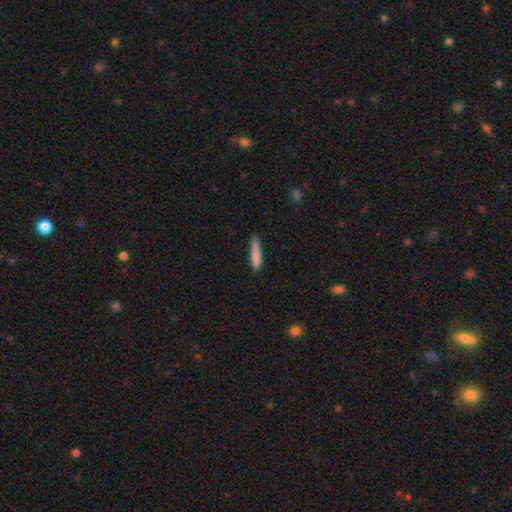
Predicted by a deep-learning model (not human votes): Smooth or featured?
  - smooth: 84% *
  - featured or disk: 10%
  - star or artifact: 7%
How rounded?
  - cigar-shaped: 88% *
  - in between: 11%
  - round: 1%
Merging?
  - none: 80% *
  - minor disturbance: 16%
  - major disturbance: 3%
  - merger: 2%